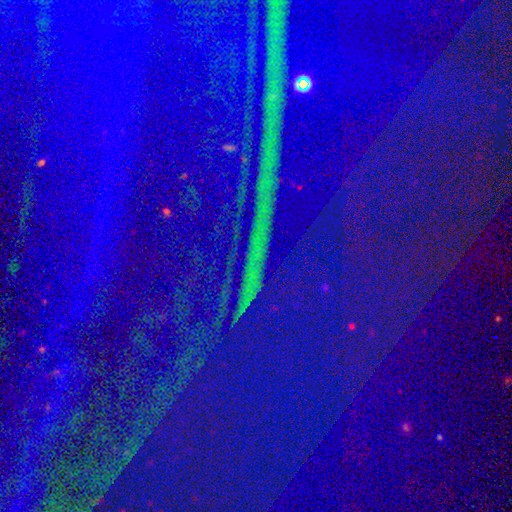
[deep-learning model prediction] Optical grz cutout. It shows a star or artifact, not a galaxy (87%).